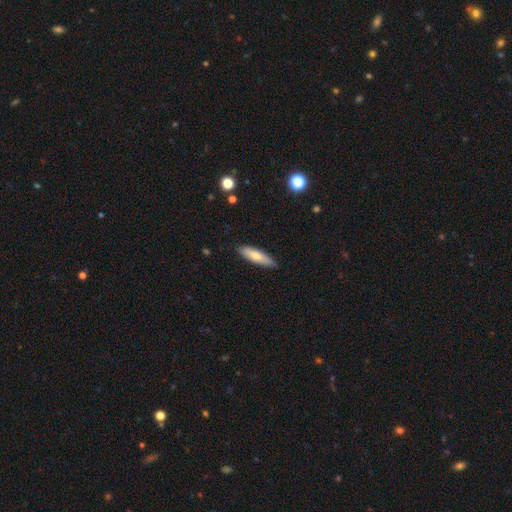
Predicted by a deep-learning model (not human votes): Smooth or featured: smooth — 75% (featured or disk — 20%)
How rounded: cigar-shaped — 62% (in between — 36%)
Merging: none — 84% (minor disturbance — 13%)